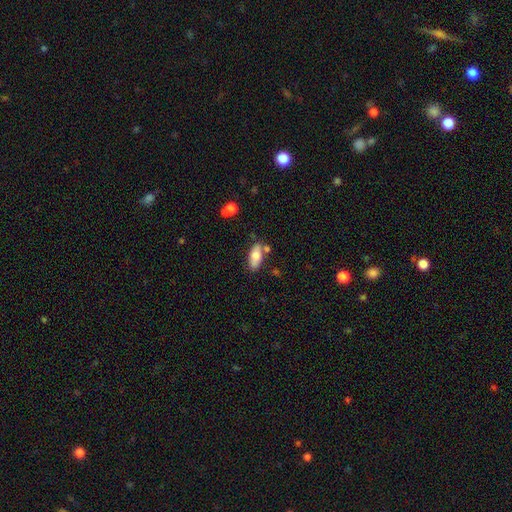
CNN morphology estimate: This is likely a smooth galaxy (73%). How rounded: clearly in between (83%). Merging: likely none (70%).